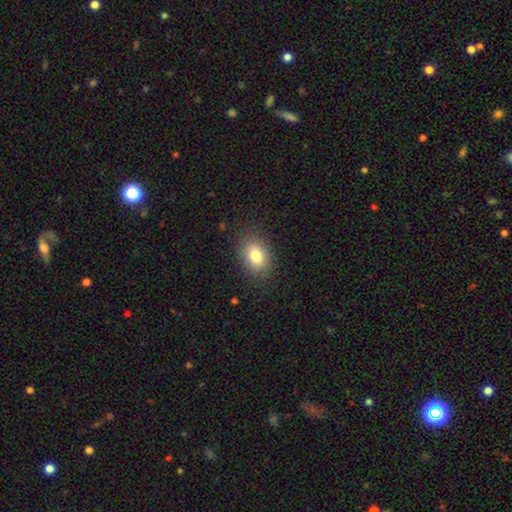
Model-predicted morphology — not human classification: This appears to be a smooth galaxy with no disk features (81%) that is in between round and cigar-shaped (80%). Merging: none (85%).